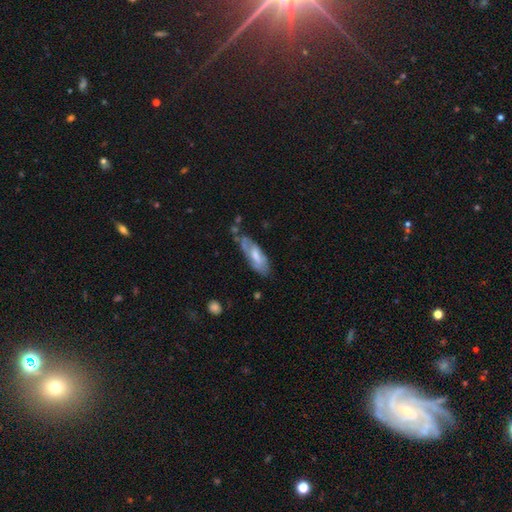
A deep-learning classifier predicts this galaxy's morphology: featured or disk 52%, smooth 42%, star or artifact 6%. Down the decision tree: edge-on disk — no (78%); merging — none (57%).